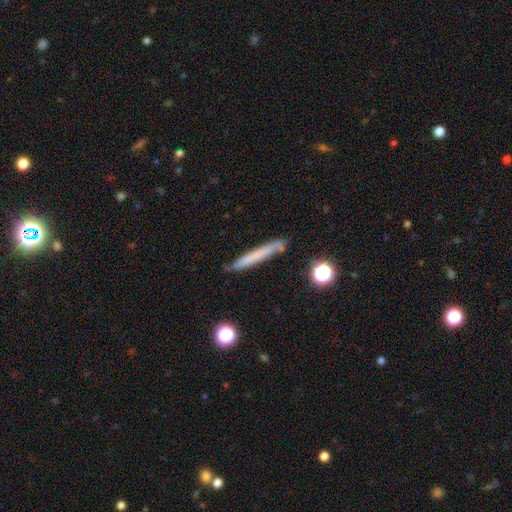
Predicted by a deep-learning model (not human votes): Morphology: type=smooth (61%); roundness=cigar-shaped (96%); merging=none (81%).